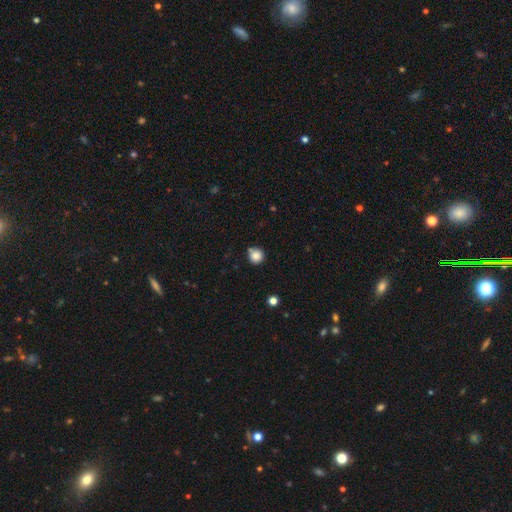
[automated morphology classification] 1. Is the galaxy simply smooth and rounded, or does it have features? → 84% smooth, 10% star or artifact, 5% featured or disk.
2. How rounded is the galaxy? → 93% round, 6% in between, 1% cigar-shaped.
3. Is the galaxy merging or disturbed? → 75% none, 15% minor disturbance, 7% merger, 3% major disturbance.